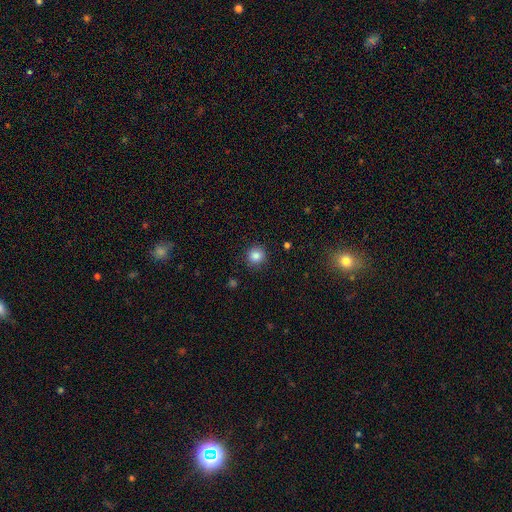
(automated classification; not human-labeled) smooth-or-featured: smooth: 85% | star or artifact: 11% | featured or disk: 4%
  how-rounded: round: 93% | in between: 6% | cigar-shaped: 1%
  merging: none: 90% | minor disturbance: 7% | major disturbance: 2% | merger: 1%